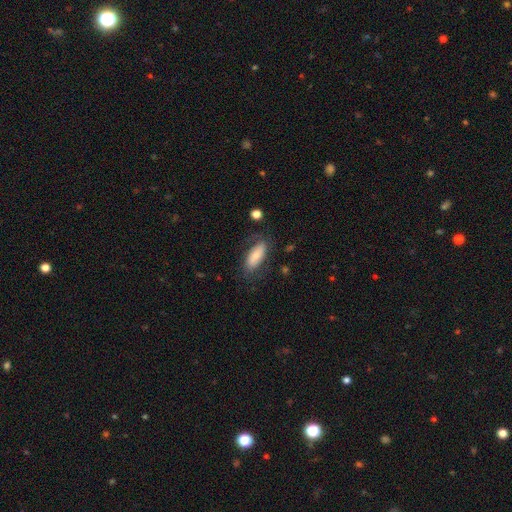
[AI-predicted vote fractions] The model was most divided on "smooth or featured": smooth: 67%, featured or disk: 27%, star or artifact: 7%. More confident: how rounded — in between (81%); merging — none (66%).